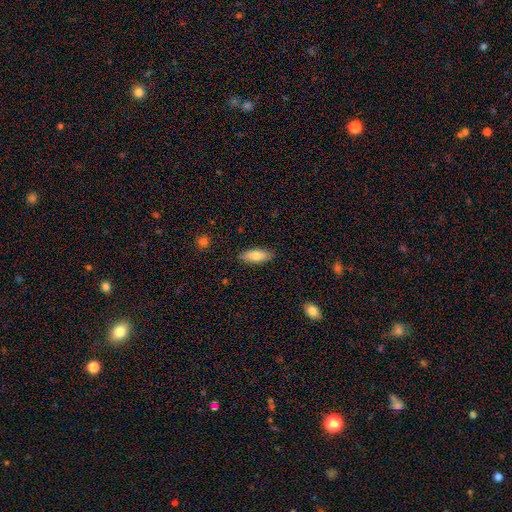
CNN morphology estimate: A smooth galaxy with no disk features (79%) that is in between round and cigar-shaped (72%).

Vote fractions:
- Smooth or featured? smooth: 79% / featured or disk: 15% / star or artifact: 6%
- How rounded? in between: 72% / cigar-shaped: 26% / round: 2%
- Merging? none: 87% / minor disturbance: 10% / major disturbance: 2% / merger: 1%